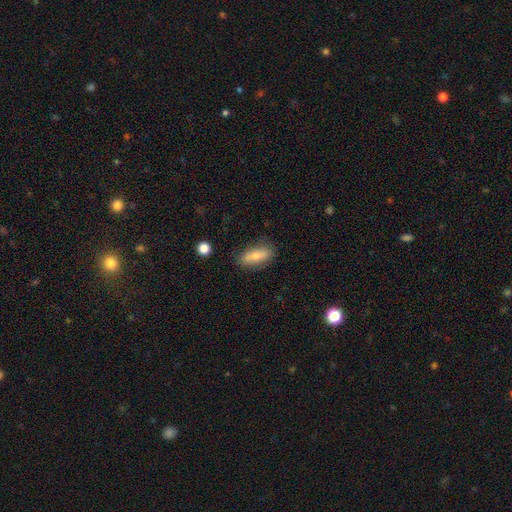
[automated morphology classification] smooth_or_featured: smooth (p=0.71) [alt: featured or disk p=0.22]
how_rounded: in between (p=0.72) [alt: cigar-shaped p=0.25]
merging: none (p=0.81) [alt: minor disturbance p=0.14]